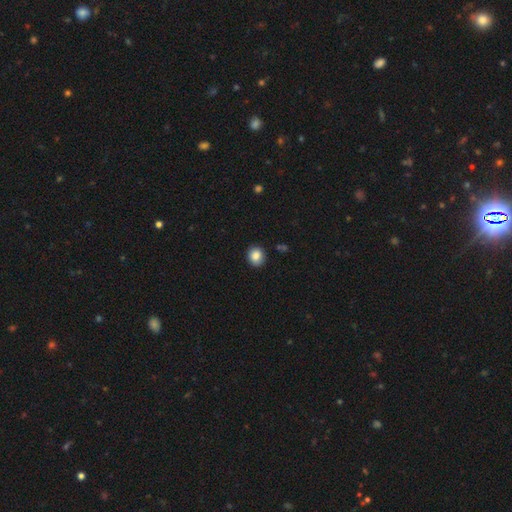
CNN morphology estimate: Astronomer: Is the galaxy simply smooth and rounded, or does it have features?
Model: smooth — 86%.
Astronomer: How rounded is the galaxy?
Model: round — 81%.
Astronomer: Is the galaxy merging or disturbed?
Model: none — 89%.